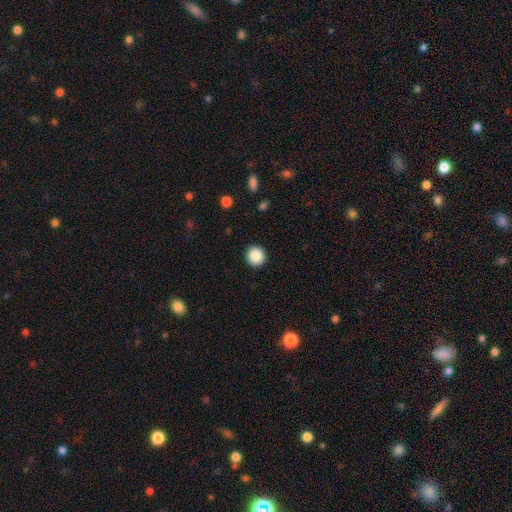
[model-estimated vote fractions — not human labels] Overall: smooth (88%). How rounded: round (94%). Merging: none (93%).